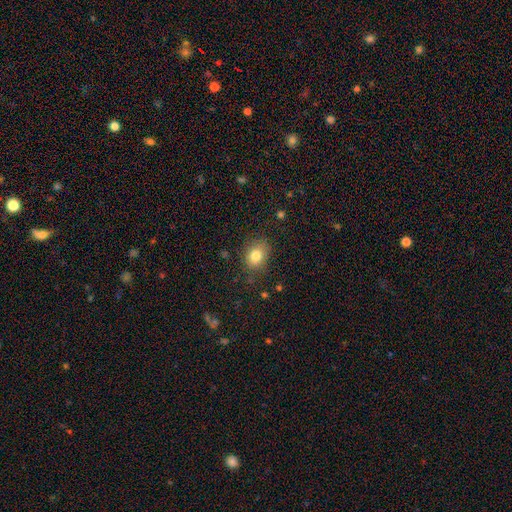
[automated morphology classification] Smooth or featured?
  - smooth: 81% *
  - star or artifact: 11%
  - featured or disk: 9%
How rounded?
  - in between: 53% *
  - round: 46%
  - cigar-shaped: 1%
Merging?
  - none: 80% *
  - minor disturbance: 15%
  - major disturbance: 4%
  - merger: 1%